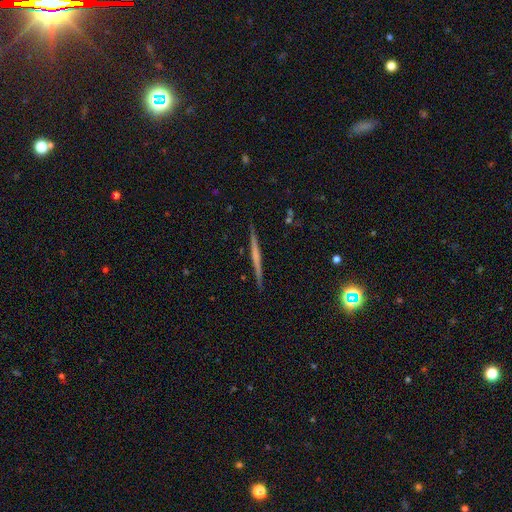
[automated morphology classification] smooth-or-featured: featured or disk: 59% | smooth: 34% | star or artifact: 7%
  disk-edge-on: yes: 98% | no: 2%
    edge-on-bulge: none: 78% | rounded: 14% | boxy: 8%
  merging: none: 91% | minor disturbance: 6% | major disturbance: 1% | merger: 1%